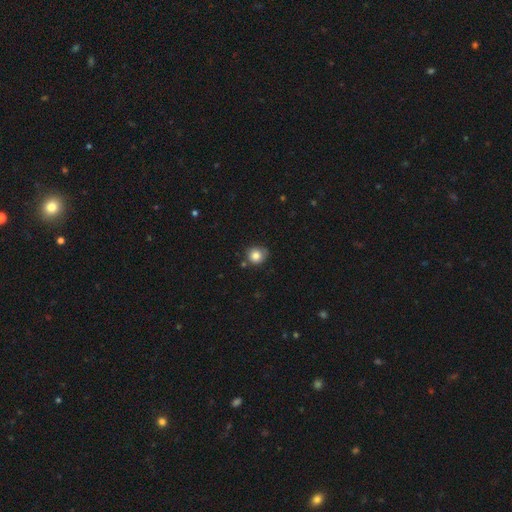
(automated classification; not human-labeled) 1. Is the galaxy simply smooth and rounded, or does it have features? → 82% smooth, 11% star or artifact, 7% featured or disk.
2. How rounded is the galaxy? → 89% round, 10% in between, 1% cigar-shaped.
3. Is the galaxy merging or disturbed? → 72% none, 19% minor disturbance, 5% merger, 4% major disturbance.